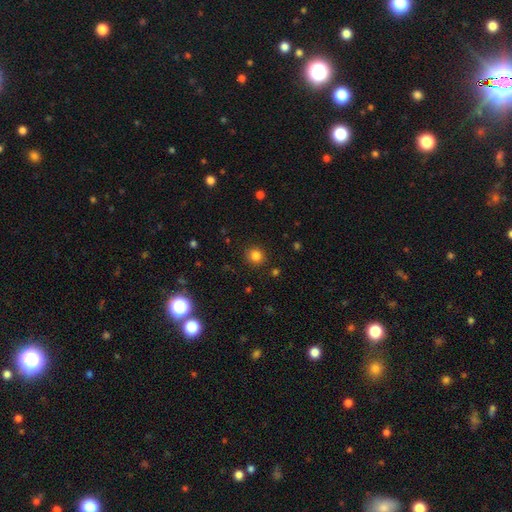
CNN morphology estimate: Smooth or featured: smooth — 82% (star or artifact — 13%)
How rounded: round — 88% (in between — 11%)
Merging: none — 88% (minor disturbance — 8%)